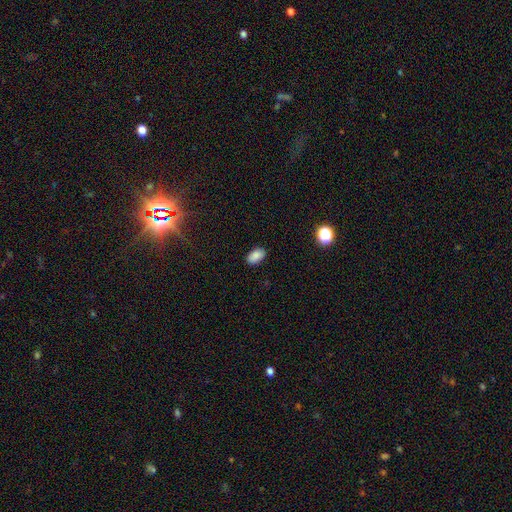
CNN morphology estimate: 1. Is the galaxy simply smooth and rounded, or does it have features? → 86% smooth, 9% star or artifact, 4% featured or disk.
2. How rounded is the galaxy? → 93% in between, 6% round, 2% cigar-shaped.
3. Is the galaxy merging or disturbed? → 87% none, 10% minor disturbance, 2% major disturbance, 1% merger.